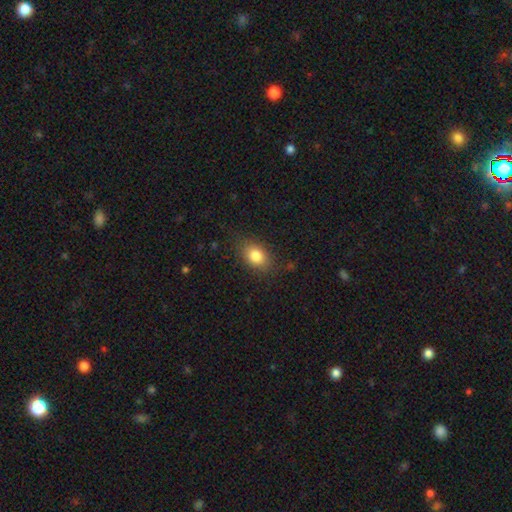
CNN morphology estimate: type=smooth (82%); roundness=in between (75%); merging=none (82%).